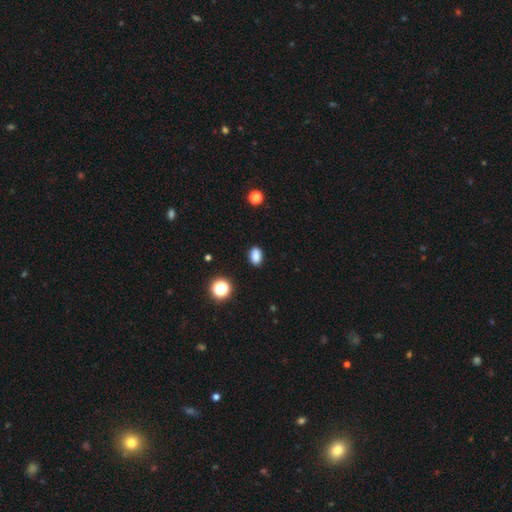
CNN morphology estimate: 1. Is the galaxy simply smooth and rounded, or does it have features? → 85% smooth, 11% star or artifact, 4% featured or disk.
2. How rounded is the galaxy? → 83% in between, 15% round, 2% cigar-shaped.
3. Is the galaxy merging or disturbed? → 89% none, 8% minor disturbance, 2% major disturbance, 1% merger.